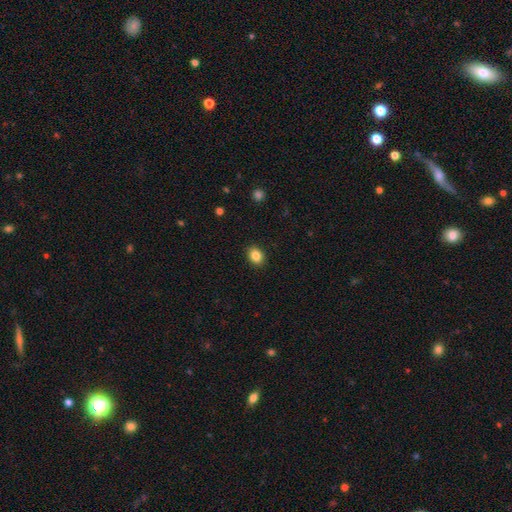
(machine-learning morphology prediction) This appears to be a smooth galaxy with no disk features (86%) that is in between round and cigar-shaped (61%). Merging: none (90%).